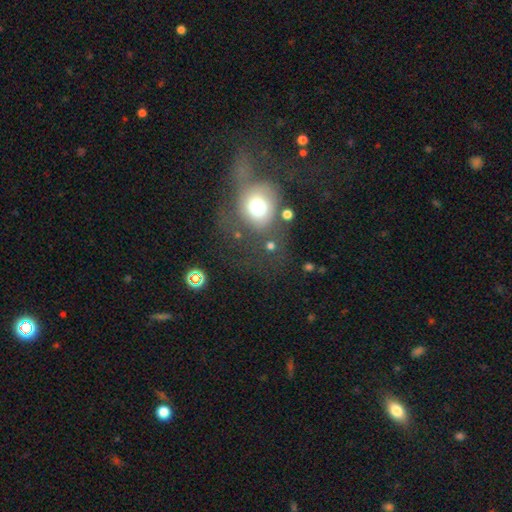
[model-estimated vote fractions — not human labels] Q: Smooth or featured?
A: featured or disk (44%); runner-up: smooth (32%)
Q: Merging?
A: none (40%); runner-up: major disturbance (37%)